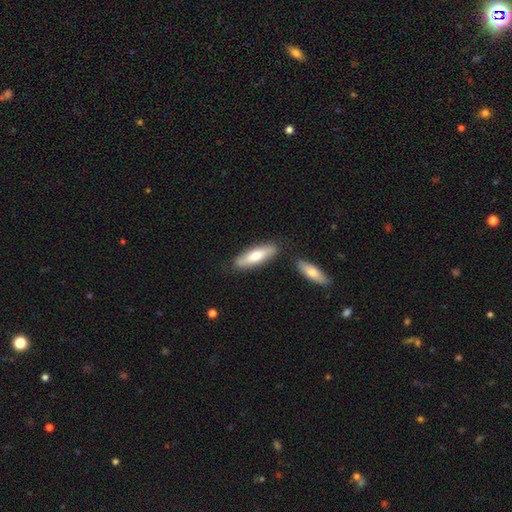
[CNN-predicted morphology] A smooth galaxy with no disk features (68%) that is cigar-shaped (55%).

Vote fractions:
- Smooth or featured? smooth: 68% / featured or disk: 27% / star or artifact: 5%
- How rounded? cigar-shaped: 55% / in between: 43% / round: 2%
- Merging? none: 79% / minor disturbance: 11% / merger: 7% / major disturbance: 2%